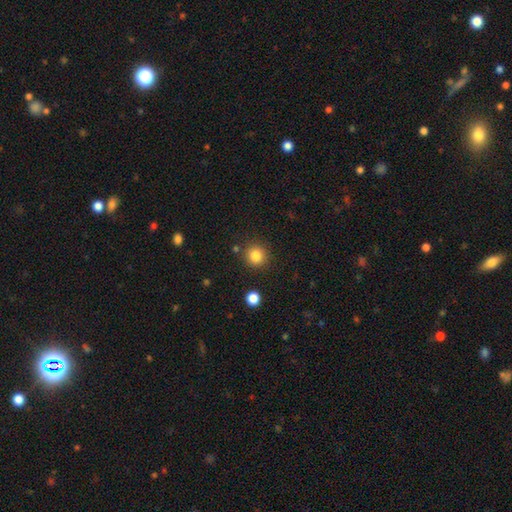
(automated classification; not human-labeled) This is clearly a smooth galaxy (85%). How rounded: clearly round (91%). Merging: clearly none (87%).